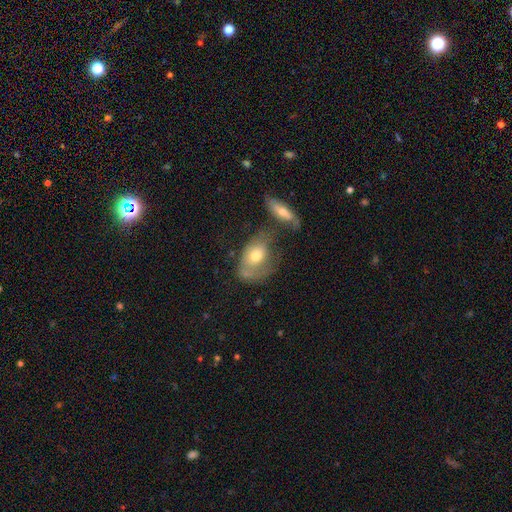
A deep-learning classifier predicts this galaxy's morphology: Smooth or featured?
  - smooth: 59% *
  - featured or disk: 34%
  - star or artifact: 7%
How rounded?
  - in between: 82% *
  - round: 15%
  - cigar-shaped: 3%
Merging?
  - merger: 33% *
  - none: 26%
  - major disturbance: 21%
  - minor disturbance: 20%